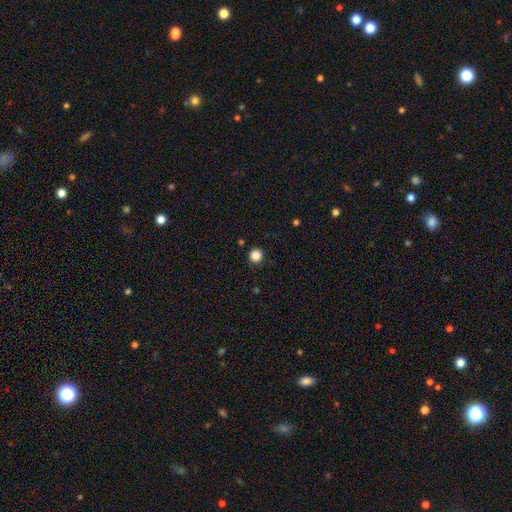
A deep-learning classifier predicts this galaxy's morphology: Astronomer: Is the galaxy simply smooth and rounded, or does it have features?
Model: smooth — 85%.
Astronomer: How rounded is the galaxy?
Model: round — 95%.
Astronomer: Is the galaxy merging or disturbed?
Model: none — 92%.